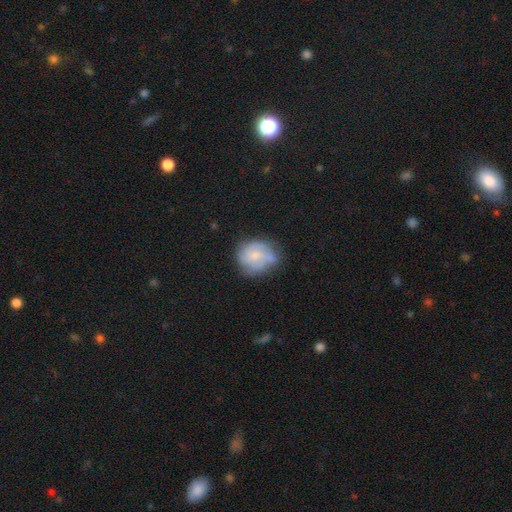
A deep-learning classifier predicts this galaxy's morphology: The model was most divided on "smooth or featured": smooth: 47%, featured or disk: 45%, star or artifact: 8%. Remaining: merging — none (50%).